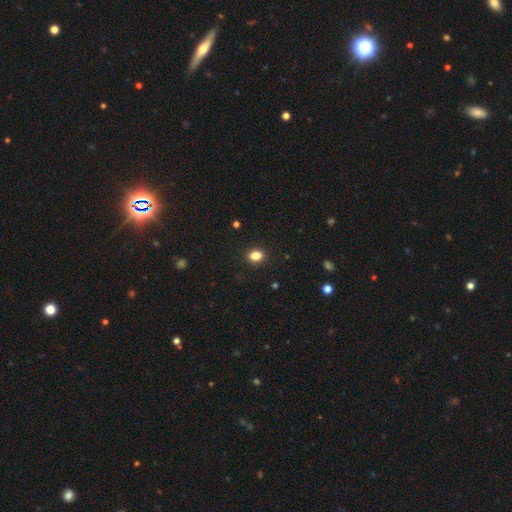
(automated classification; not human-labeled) Q: Smooth or featured?
A: smooth (84%); runner-up: star or artifact (11%)
Q: How rounded?
A: in between (59%); runner-up: round (39%)
Q: Merging?
A: none (90%); runner-up: minor disturbance (7%)